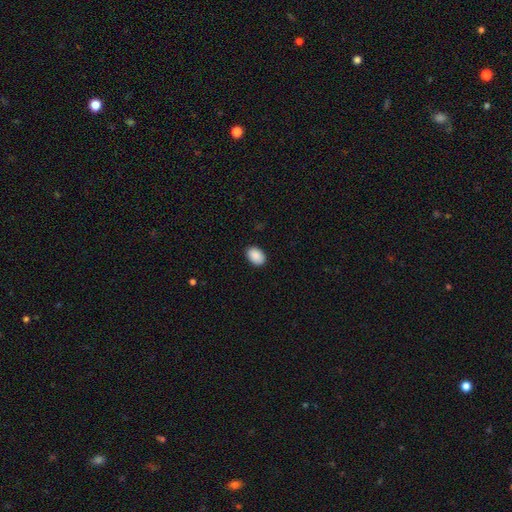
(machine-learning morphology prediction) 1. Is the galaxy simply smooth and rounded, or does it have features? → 90% smooth, 7% star or artifact, 3% featured or disk.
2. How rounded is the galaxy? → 81% in between, 18% round, 1% cigar-shaped.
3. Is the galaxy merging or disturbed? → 89% none, 9% minor disturbance, 2% major disturbance, 1% merger.